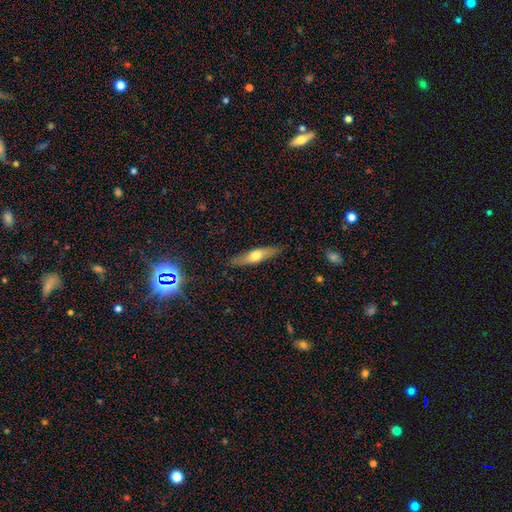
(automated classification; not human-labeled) smooth_or_featured: smooth (p=0.49) [alt: featured or disk p=0.45]
merging: none (p=0.86) [alt: minor disturbance p=0.10]